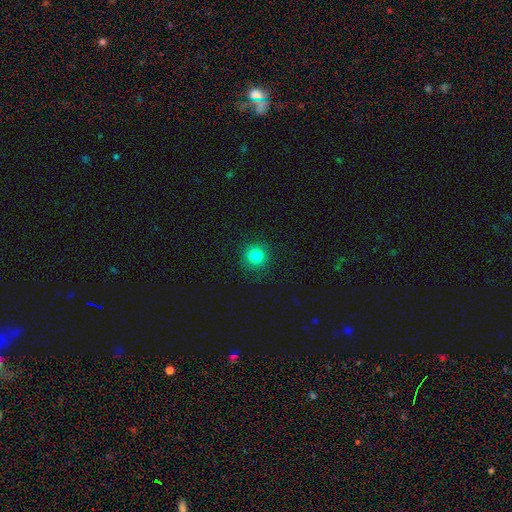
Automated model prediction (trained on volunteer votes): Overall: smooth (82%). How rounded: round (93%). Merging: none (90%).